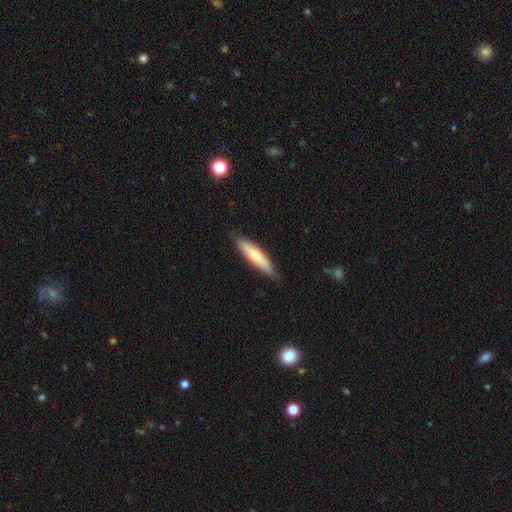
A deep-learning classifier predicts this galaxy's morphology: Overall: smooth (75%). How rounded: cigar-shaped (77%). Merging: none (83%).